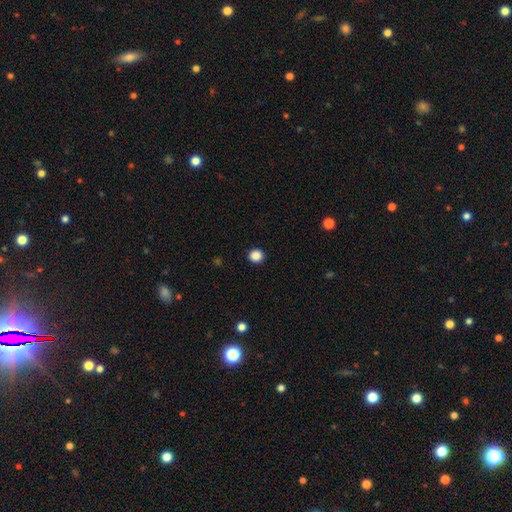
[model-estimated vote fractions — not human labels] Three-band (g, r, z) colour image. It shows a smooth galaxy with no disk features (87%) that is round (91%). Merging: none (93%).